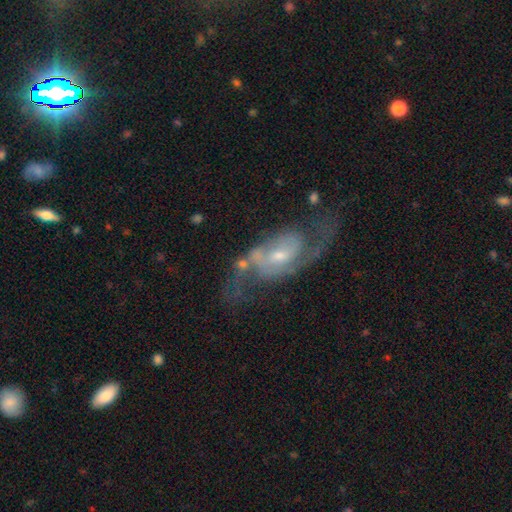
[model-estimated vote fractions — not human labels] Smooth or featured: featured or disk — 80% (smooth — 13%)
Edge-on disk: no — 95% (yes — 5%)
Bar: weak — 47% (no — 40%)
Spiral arms: yes — 88% (no — 12%)
Spiral winding: medium — 45% (loose — 35%)
Spiral arm count: 2 — 72% (can't tell — 13%)
Bulge size: small — 53% (moderate — 40%)
Merging: none — 43% (major disturbance — 29%)